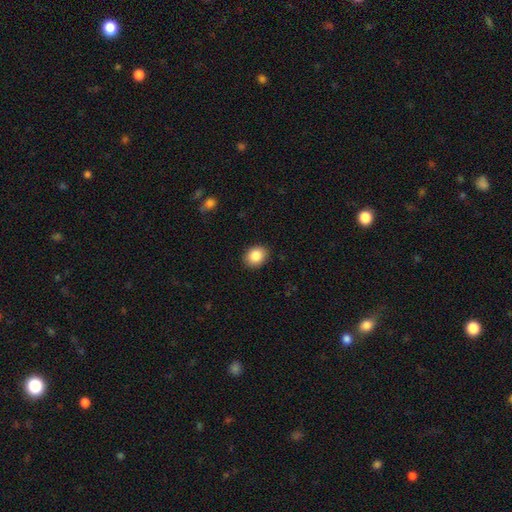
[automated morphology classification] type=smooth (86%); roundness=in between (51%); merging=none (89%).